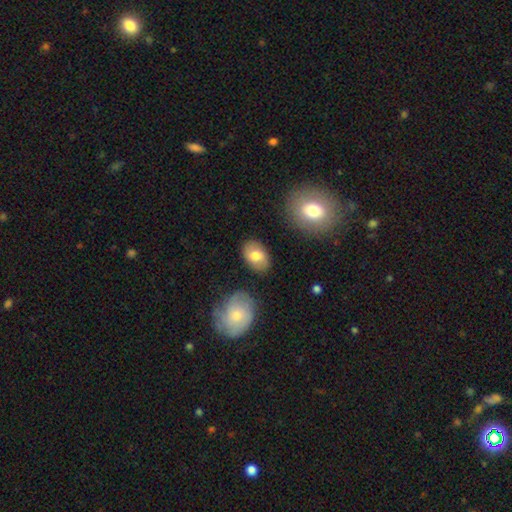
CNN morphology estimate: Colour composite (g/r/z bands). It shows a smooth galaxy with no disk features (72%) that is in between round and cigar-shaped (85%). Merging: none (83%).